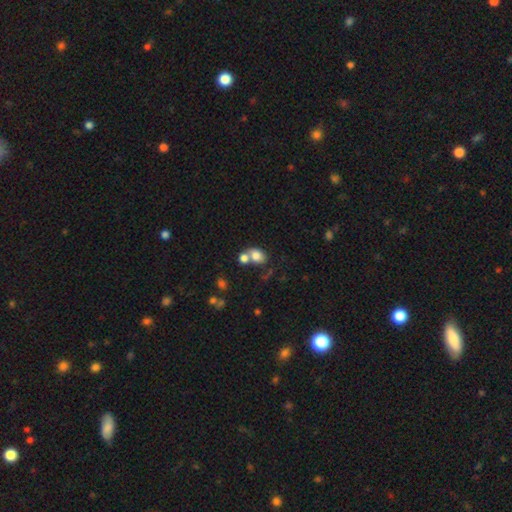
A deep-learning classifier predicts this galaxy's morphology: This appears to be a smooth galaxy with no disk features (76%) that is in between round and cigar-shaped (60%). Merging: merger (46%).